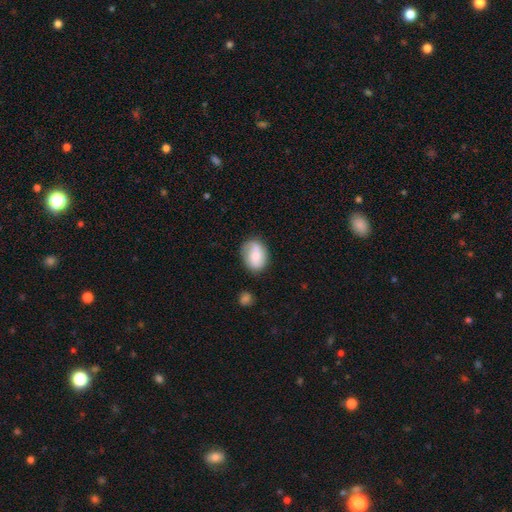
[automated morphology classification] Smooth or featured? smooth (59%)
How rounded? in between (68%)
Merging? none (69%)